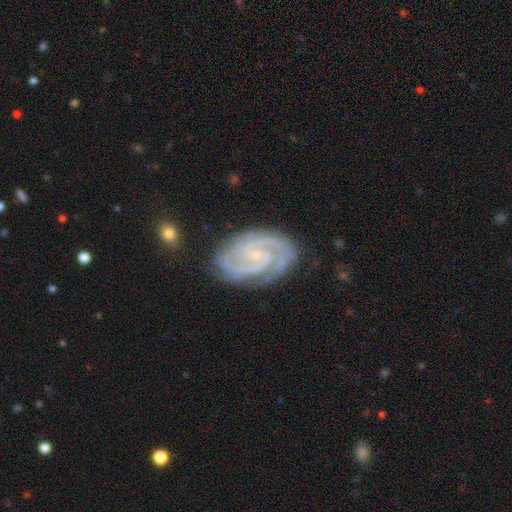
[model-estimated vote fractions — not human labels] featured or disk 91%, star or artifact 5%, smooth 4%. Down the decision tree: edge-on disk — no (98%); bar — no (58%); spiral arms — yes (99%); spiral arm count — 2 (56%); spiral winding — tight (65%); bulge size — small (85%); merging — none (78%).